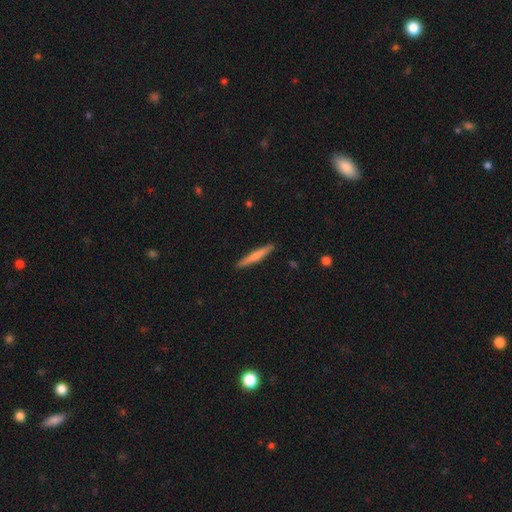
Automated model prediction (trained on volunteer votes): Smooth or featured?
  - smooth: 64% *
  - featured or disk: 31%
  - star or artifact: 5%
How rounded?
  - cigar-shaped: 95% *
  - in between: 4%
  - round: 1%
Merging?
  - none: 91% *
  - minor disturbance: 7%
  - major disturbance: 1%
  - merger: 1%